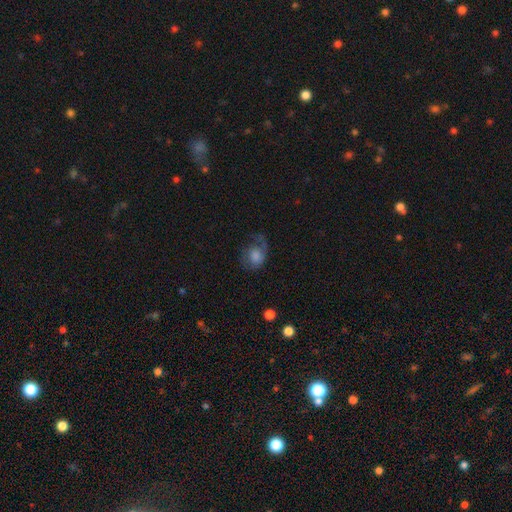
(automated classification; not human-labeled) This is possibly a smooth galaxy (51%). How rounded: possibly round (50%). Merging: marginally none (43%).